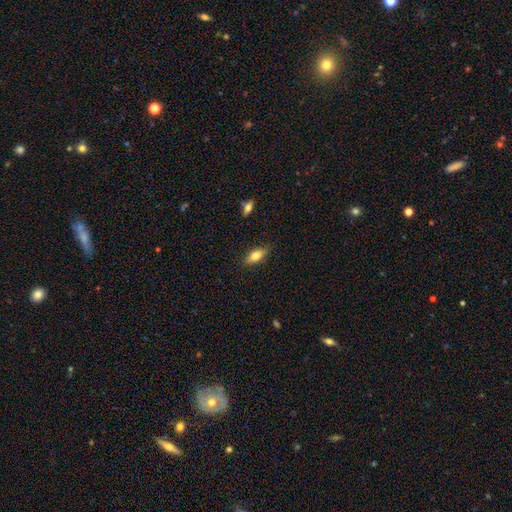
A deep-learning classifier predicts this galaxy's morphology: smooth 76%, featured or disk 16%, star or artifact 7%. Down the decision tree: how rounded — in between (79%); merging — none (82%).